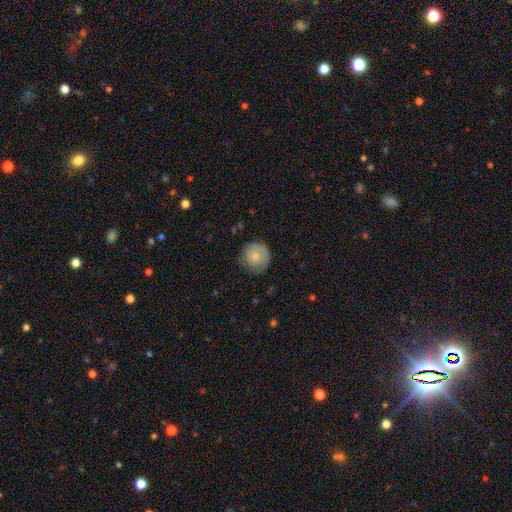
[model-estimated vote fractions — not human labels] Smooth or featured? Predicted: smooth (p=0.71). How rounded? Predicted: round (p=0.91). Merging? Predicted: none (p=0.69).